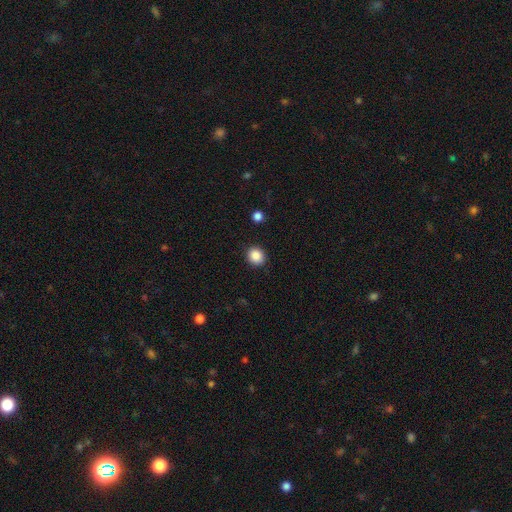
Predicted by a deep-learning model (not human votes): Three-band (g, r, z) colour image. It shows a smooth galaxy with no disk features (87%) that is round (85%). Merging: none (90%).